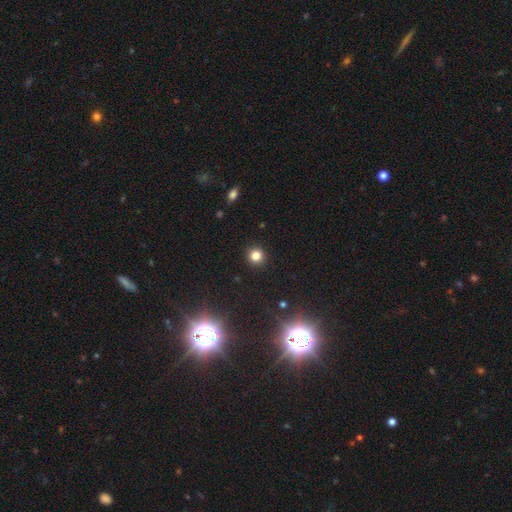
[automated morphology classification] The model was most divided on "smooth or featured": smooth: 80%, star or artifact: 15%, featured or disk: 5%. More confident: how rounded — round (93%); merging — none (92%).